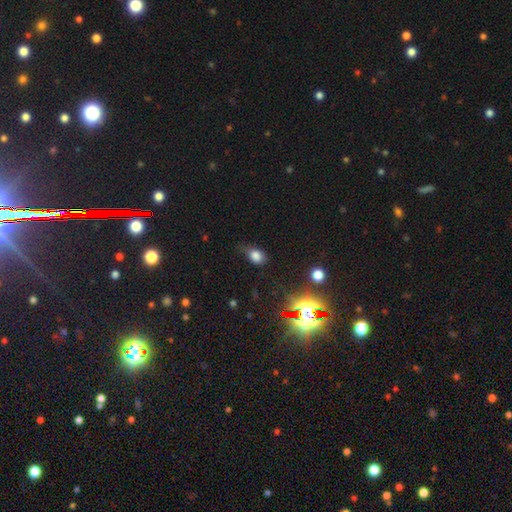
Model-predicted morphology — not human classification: A smooth galaxy with no disk features (76%) that is in between round and cigar-shaped (72%).

Vote fractions:
- Smooth or featured? smooth: 76% / star or artifact: 17% / featured or disk: 8%
- How rounded? in between: 72% / round: 26% / cigar-shaped: 2%
- Merging? none: 53% / minor disturbance: 33% / major disturbance: 12% / merger: 2%